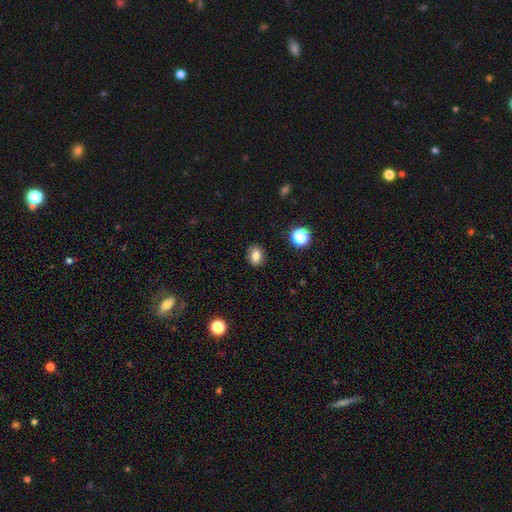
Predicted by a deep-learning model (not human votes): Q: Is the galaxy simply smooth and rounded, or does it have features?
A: smooth — 80%.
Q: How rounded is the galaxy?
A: in between — 56%.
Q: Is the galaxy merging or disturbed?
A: none — 86%.